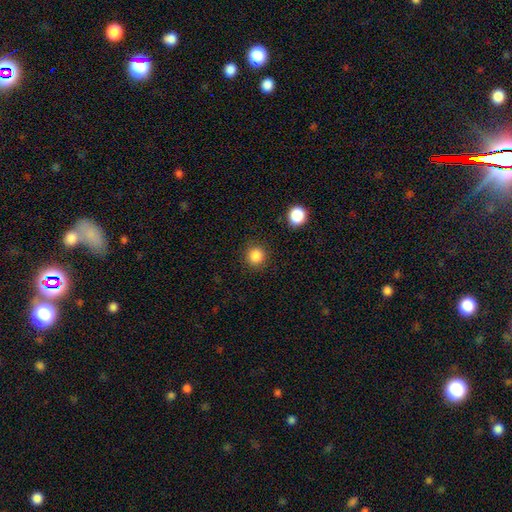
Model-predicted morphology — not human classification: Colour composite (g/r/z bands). It shows a smooth galaxy with no disk features (85%) that is round (92%). Merging: none (89%).